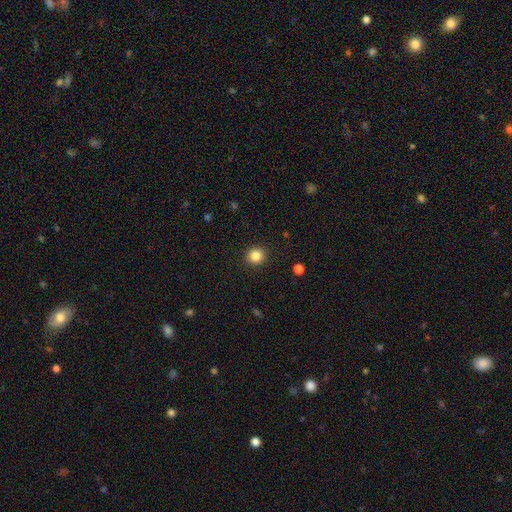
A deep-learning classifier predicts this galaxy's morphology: smooth-or-featured: smooth: 84% | star or artifact: 11% | featured or disk: 4%
  how-rounded: round: 91% | in between: 8% | cigar-shaped: 1%
  merging: none: 92% | minor disturbance: 5% | major disturbance: 2% | merger: 1%